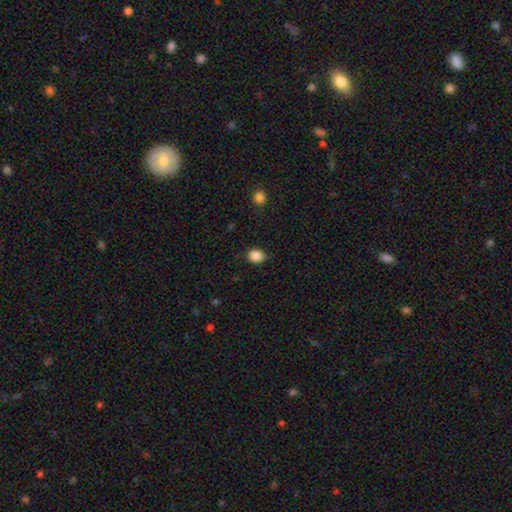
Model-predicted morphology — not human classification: Smooth or featured? smooth (87%)
How rounded? round (64%)
Merging? none (82%)